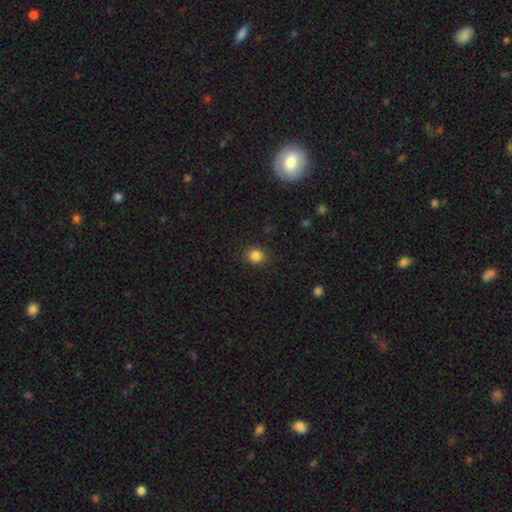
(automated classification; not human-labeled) smooth 84%, star or artifact 11%, featured or disk 5%. Down the decision tree: how rounded — round (66%); merging — none (89%).